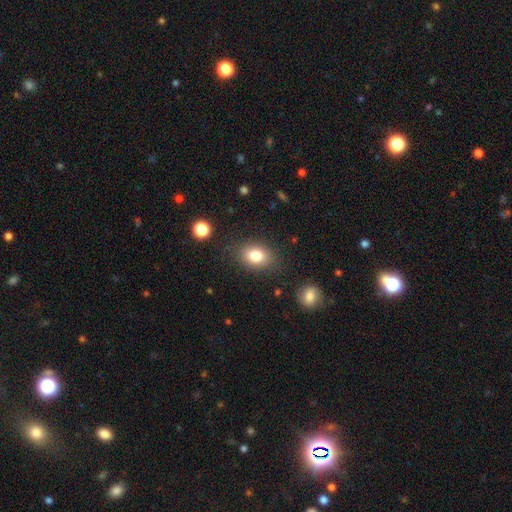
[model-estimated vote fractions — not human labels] smooth_or_featured: smooth (p=0.80) [alt: star or artifact p=0.10]
how_rounded: in between (p=0.70) [alt: round p=0.28]
merging: none (p=0.83) [alt: minor disturbance p=0.12]